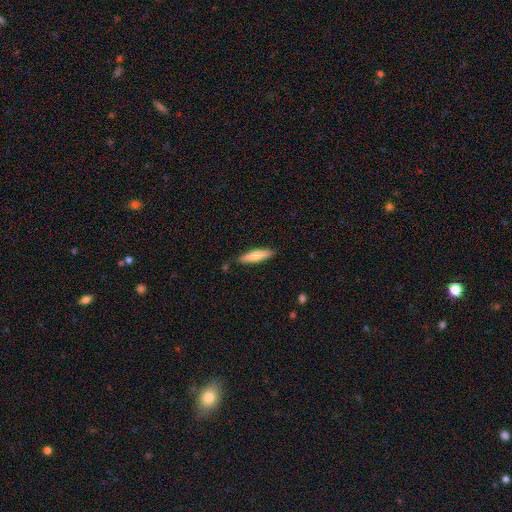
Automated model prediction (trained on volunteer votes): Smooth or featured?
  - smooth: 70% *
  - featured or disk: 24%
  - star or artifact: 6%
How rounded?
  - cigar-shaped: 74% *
  - in between: 24%
  - round: 2%
Merging?
  - none: 84% *
  - minor disturbance: 12%
  - merger: 2%
  - major disturbance: 2%